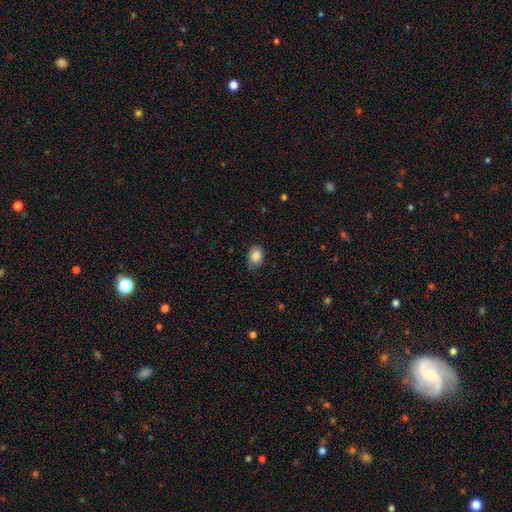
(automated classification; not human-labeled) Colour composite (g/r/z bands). It shows a smooth galaxy with no disk features (87%) that is in between round and cigar-shaped (66%). Merging: none (76%).